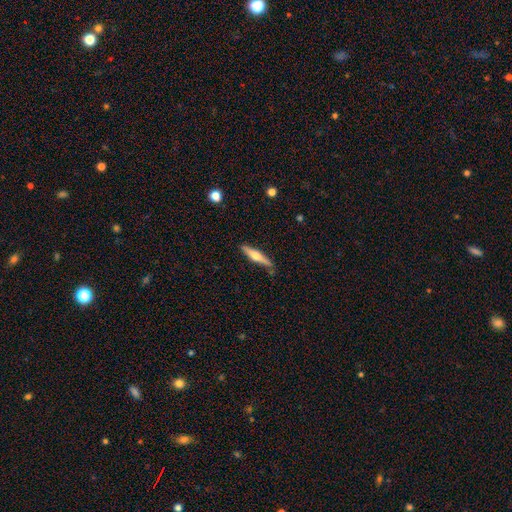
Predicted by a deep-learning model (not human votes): Q: Smooth or featured?
A: featured or disk (58%); runner-up: smooth (36%)
Q: Edge-on disk?
A: yes (96%); runner-up: no (4%)
Q: Edge-on bulge?
A: rounded (91%); runner-up: boxy (5%)
Q: Merging?
A: none (84%); runner-up: minor disturbance (11%)